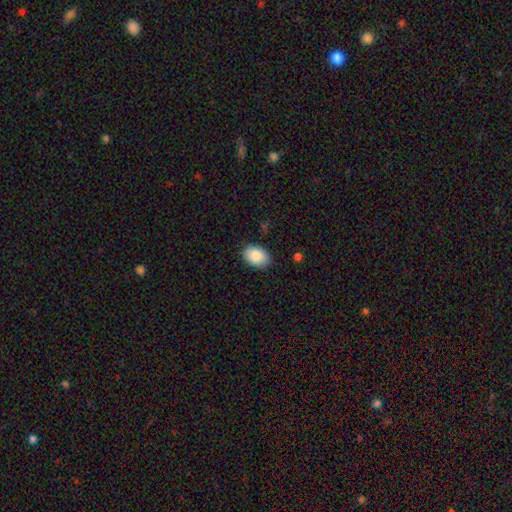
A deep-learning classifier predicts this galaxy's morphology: Overall: smooth (87%). How rounded: in between (87%). Merging: none (82%).